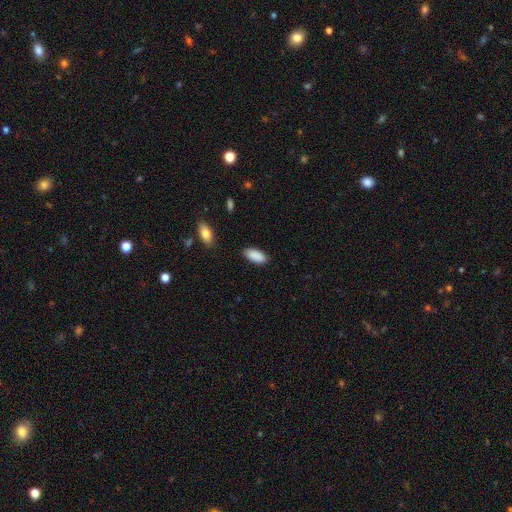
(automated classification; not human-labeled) A smooth galaxy with no disk features (90%) that is in between round and cigar-shaped (90%). Merging: none (86%).